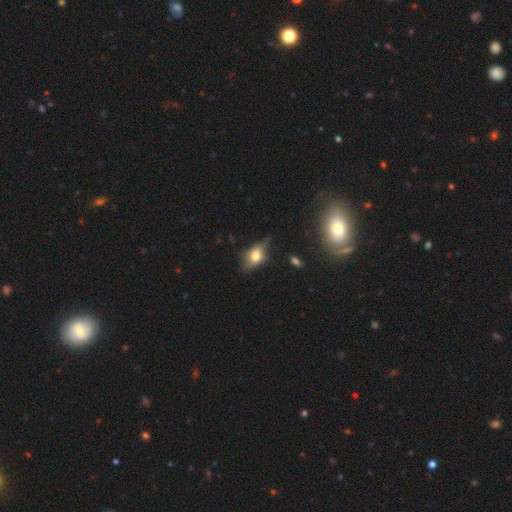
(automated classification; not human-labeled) Smooth or featured?
  - smooth: 64% *
  - featured or disk: 25%
  - star or artifact: 10%
How rounded?
  - in between: 77% *
  - round: 17%
  - cigar-shaped: 5%
Merging?
  - none: 52% *
  - minor disturbance: 34%
  - major disturbance: 11%
  - merger: 3%